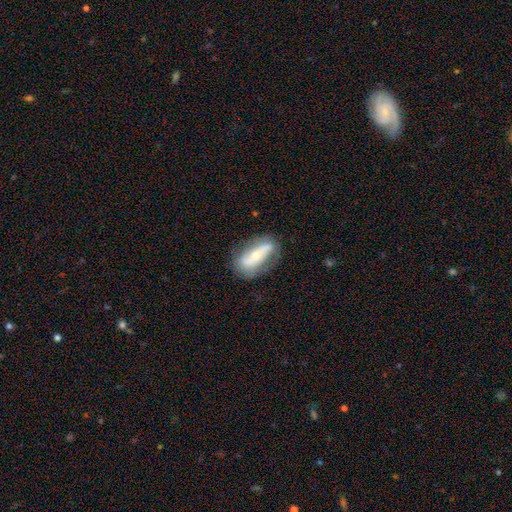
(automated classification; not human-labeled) Smooth or featured? featured or disk (62%)
Edge-on disk? no (73%)
Merging? none (75%)